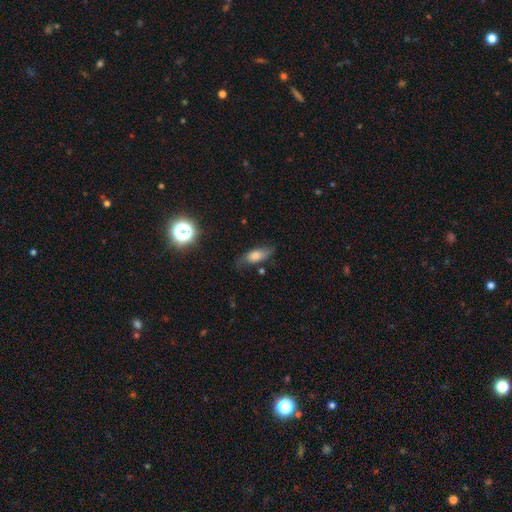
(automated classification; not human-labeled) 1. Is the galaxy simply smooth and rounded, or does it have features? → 68% smooth, 22% featured or disk, 10% star or artifact.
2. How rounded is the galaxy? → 72% in between, 23% cigar-shaped, 4% round.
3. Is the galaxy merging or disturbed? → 63% none, 26% minor disturbance, 8% major disturbance, 3% merger.